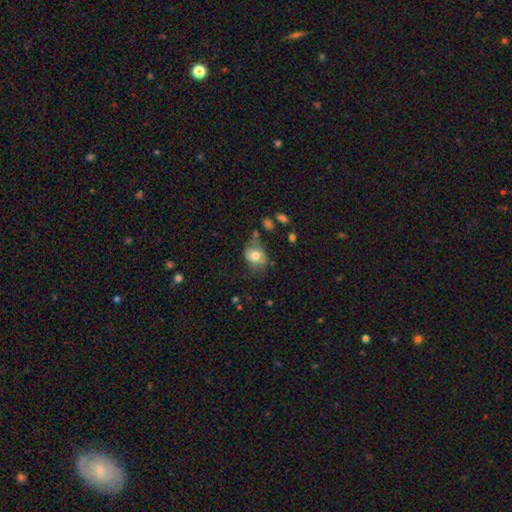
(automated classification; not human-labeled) Q: Smooth or featured?
A: smooth (67%); runner-up: featured or disk (25%)
Q: How rounded?
A: in between (63%); runner-up: round (36%)
Q: Merging?
A: none (46%); runner-up: minor disturbance (31%)